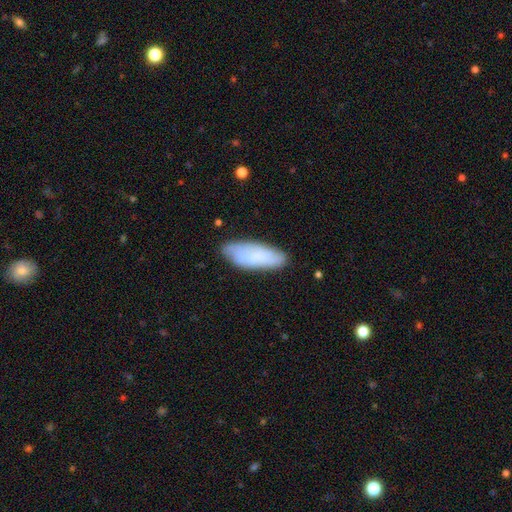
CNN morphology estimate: type=smooth (75%); roundness=in between (70%); merging=none (76%).